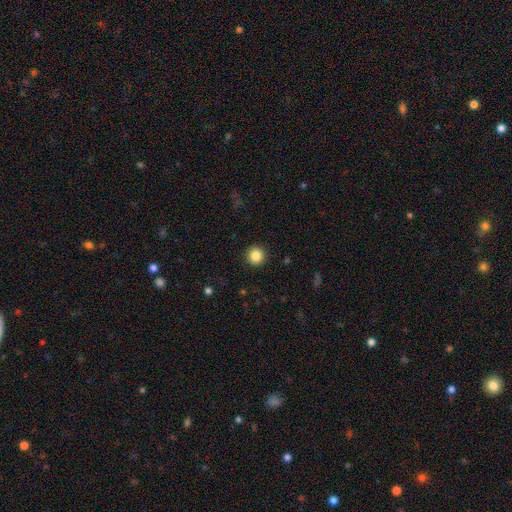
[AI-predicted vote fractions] Smooth or featured?
  - smooth: 85% *
  - star or artifact: 10%
  - featured or disk: 4%
How rounded?
  - round: 95% *
  - in between: 4%
  - cigar-shaped: 1%
Merging?
  - none: 92% *
  - minor disturbance: 5%
  - major disturbance: 2%
  - merger: 1%